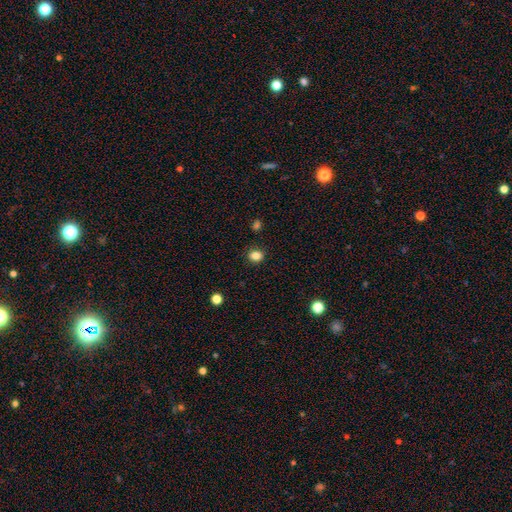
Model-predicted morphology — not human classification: Smooth or featured: smooth — 84% (star or artifact — 12%)
How rounded: round — 67% (in between — 33%)
Merging: none — 88% (minor disturbance — 8%)